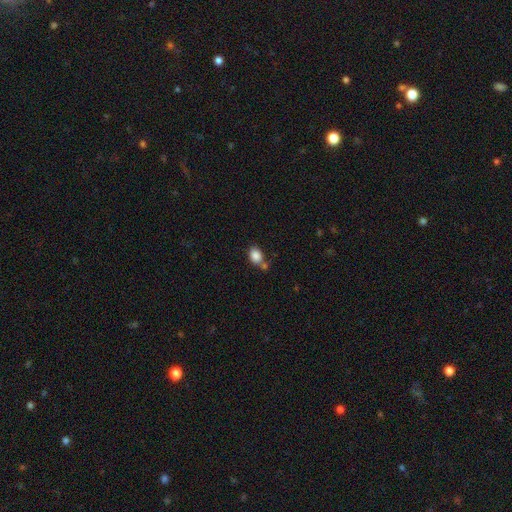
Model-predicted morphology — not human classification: smooth_or_featured: smooth (p=0.86) [alt: star or artifact p=0.09]
how_rounded: in between (p=0.64) [alt: round p=0.35]
merging: none (p=0.58) [alt: merger p=0.22]